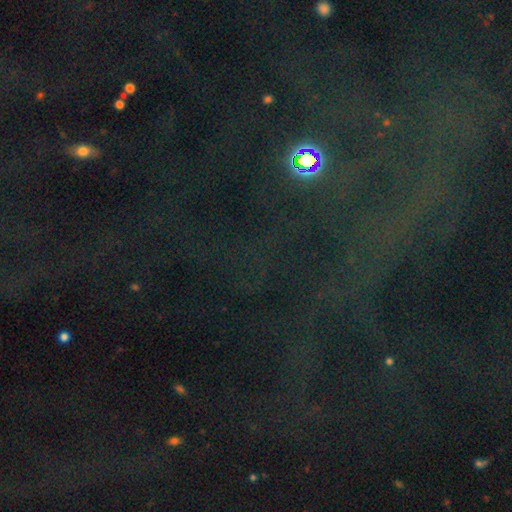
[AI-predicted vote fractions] Smooth or featured? star or artifact (79%)